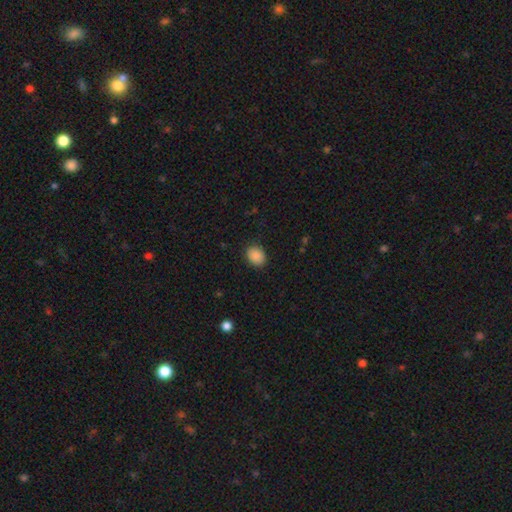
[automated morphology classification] smooth 89%, star or artifact 8%, featured or disk 3%. Down the decision tree: how rounded — in between (50%); merging — none (87%).